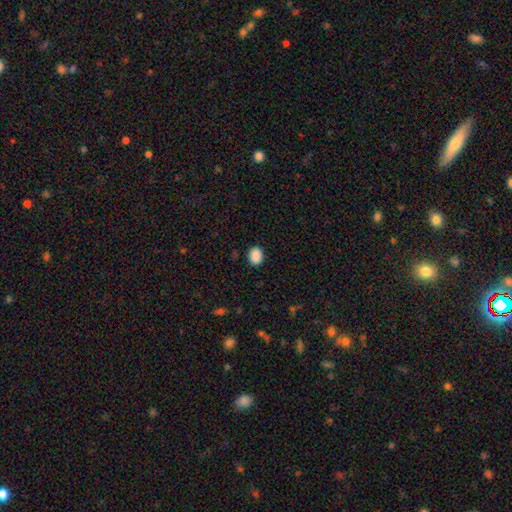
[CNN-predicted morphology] Smooth or featured? smooth (89%)
How rounded? in between (61%)
Merging? none (88%)